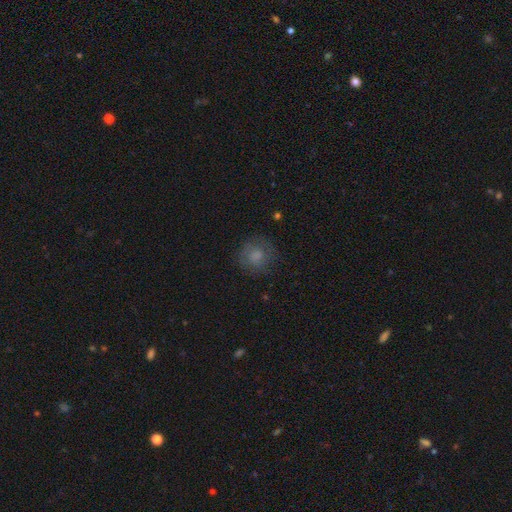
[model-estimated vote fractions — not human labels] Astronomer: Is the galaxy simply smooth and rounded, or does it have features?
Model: smooth — 72%.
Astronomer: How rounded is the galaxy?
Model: round — 88%.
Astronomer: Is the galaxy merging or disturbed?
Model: none — 75%.